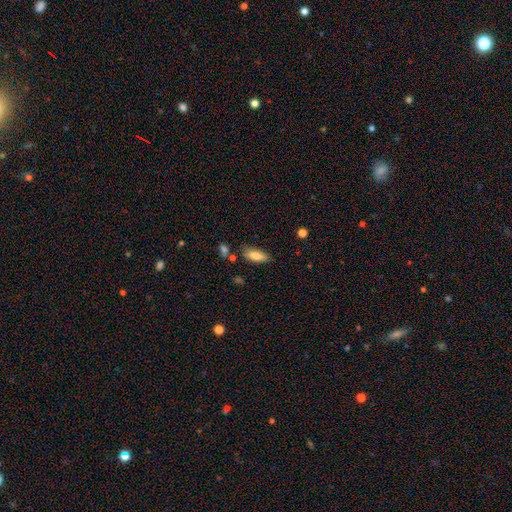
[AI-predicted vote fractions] Smooth or featured?
  - smooth: 82% *
  - featured or disk: 11%
  - star or artifact: 7%
How rounded?
  - in between: 71% *
  - cigar-shaped: 27%
  - round: 2%
Merging?
  - none: 74% *
  - minor disturbance: 17%
  - merger: 5%
  - major disturbance: 4%